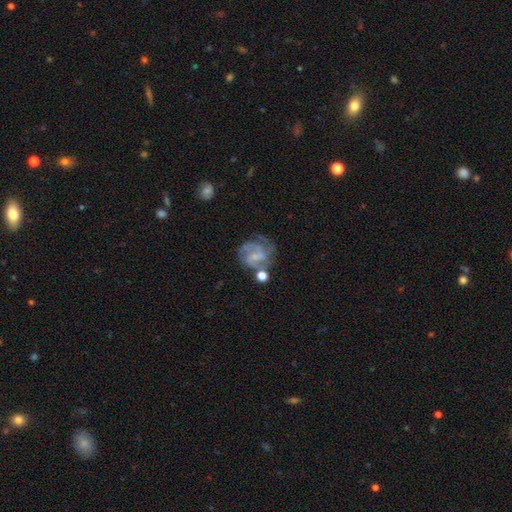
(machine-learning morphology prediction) A featured or disk galaxy (74%) with no bar (47%), 3 (34%) medium (46%) spiral arms (89%) and a small central bulge (48%).

Vote fractions:
- Smooth or featured? featured or disk: 74% / smooth: 18% / star or artifact: 8%
- Edge-on disk? no: 98% / yes: 2%
- Bar? no: 47% / weak: 43% / strong: 10%
- Spiral arms? yes: 89% / no: 11%
- Spiral winding? medium: 46% / tight: 38% / loose: 16%
- Spiral arm count? 3: 34% / can't tell: 26% / 2: 22% / 4: 8% / 1: 5% / more than 4: 4%
- Bulge size? small: 48% / none: 32% / moderate: 17% / large: 2% / dominant: 1%
- Merging? none: 51% / minor disturbance: 20% / major disturbance: 18% / merger: 11%